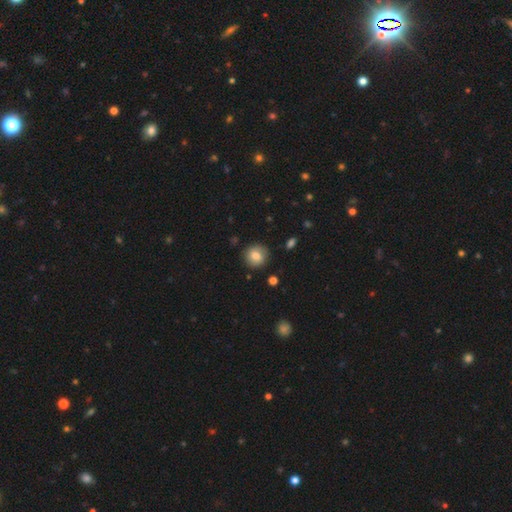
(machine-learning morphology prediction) smooth-or-featured: smooth: 77% | featured or disk: 15% | star or artifact: 9%
  how-rounded: round: 90% | in between: 9% | cigar-shaped: 1%
  merging: none: 85% | minor disturbance: 11% | major disturbance: 2% | merger: 2%